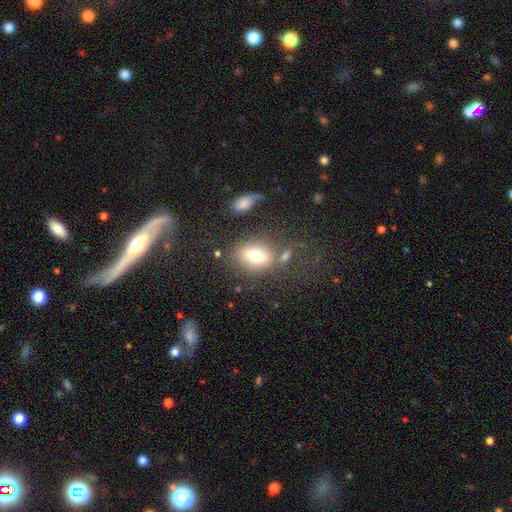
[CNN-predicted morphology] Smooth or featured?
  - smooth: 73% *
  - featured or disk: 16%
  - star or artifact: 11%
How rounded?
  - in between: 66% *
  - round: 32%
  - cigar-shaped: 2%
Merging?
  - none: 65% *
  - minor disturbance: 15%
  - merger: 13%
  - major disturbance: 8%